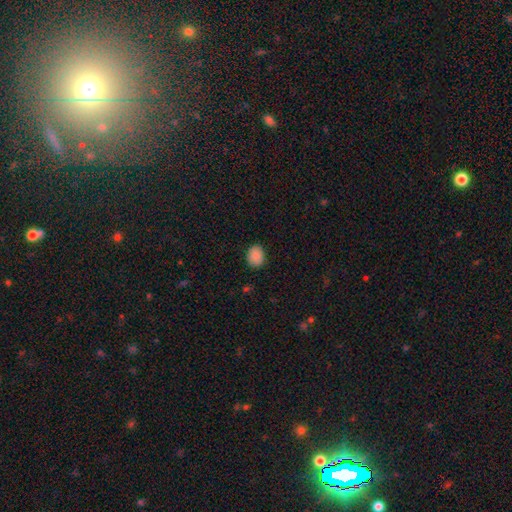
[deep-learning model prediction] Q: Smooth or featured?
A: smooth (89%); runner-up: star or artifact (8%)
Q: How rounded?
A: in between (50%); runner-up: round (49%)
Q: Merging?
A: none (87%); runner-up: minor disturbance (10%)